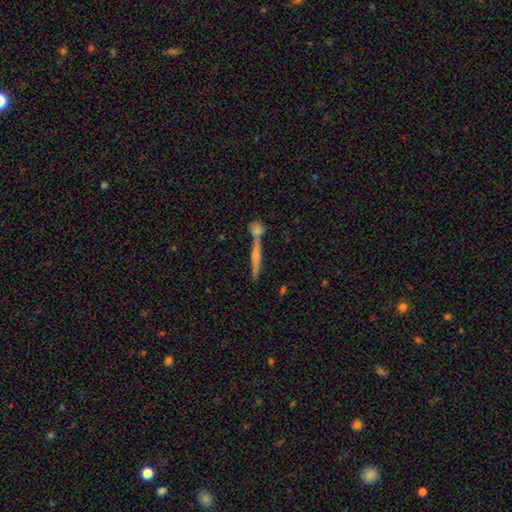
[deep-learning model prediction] The model was most divided on "smooth or featured": featured or disk: 63%, smooth: 28%, star or artifact: 9%. More confident: edge-on disk — yes (96%); merging — none (72%); edge-on bulge — rounded (62%).